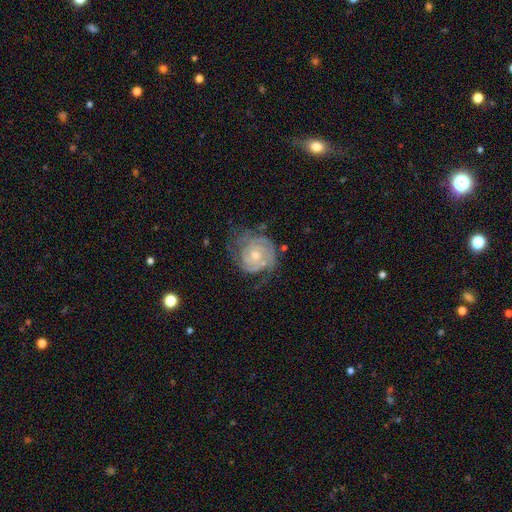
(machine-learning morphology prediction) The model was most divided on "spiral arm count" (2-way tie): 2: 31%, can't tell: 31%, 3: 20%, 4: 8%, 1: 5%, more than 4: 5%. More confident: edge-on disk — no (98%); spiral arms — yes (93%); smooth or featured — featured or disk (83%); bar — no (77%); spiral winding — tight (68%); merging — none (58%); bulge size — small (55%).